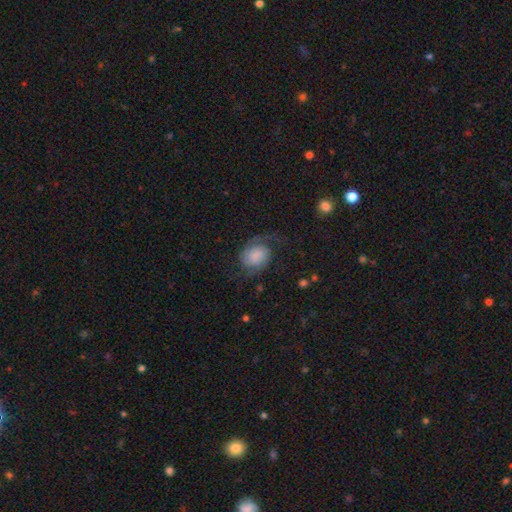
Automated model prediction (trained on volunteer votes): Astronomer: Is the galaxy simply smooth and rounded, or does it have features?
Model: featured or disk — 70%.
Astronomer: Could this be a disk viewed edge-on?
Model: no — 98%.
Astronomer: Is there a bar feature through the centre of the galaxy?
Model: no — 67%.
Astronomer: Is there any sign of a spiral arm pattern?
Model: yes — 95%.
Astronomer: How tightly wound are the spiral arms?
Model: loose — 47% (runner-up: medium, 39%).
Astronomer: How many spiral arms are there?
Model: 2 — 91%.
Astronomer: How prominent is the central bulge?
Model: none — 32% (runner-up: large, 21%).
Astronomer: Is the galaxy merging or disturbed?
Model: none — 65%.